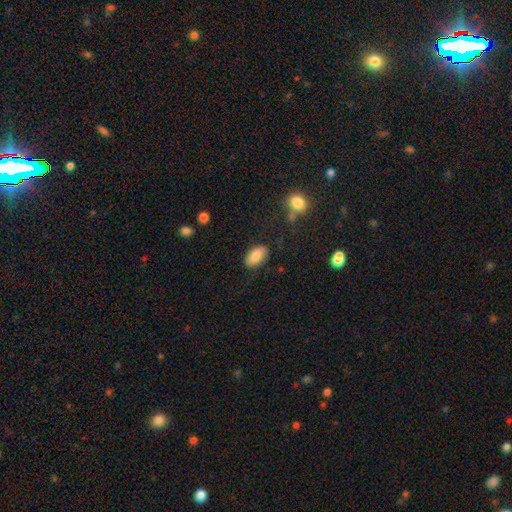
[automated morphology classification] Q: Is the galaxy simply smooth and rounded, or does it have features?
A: smooth — 83%.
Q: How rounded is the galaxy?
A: in between — 93%.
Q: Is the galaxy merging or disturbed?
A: none — 82%.